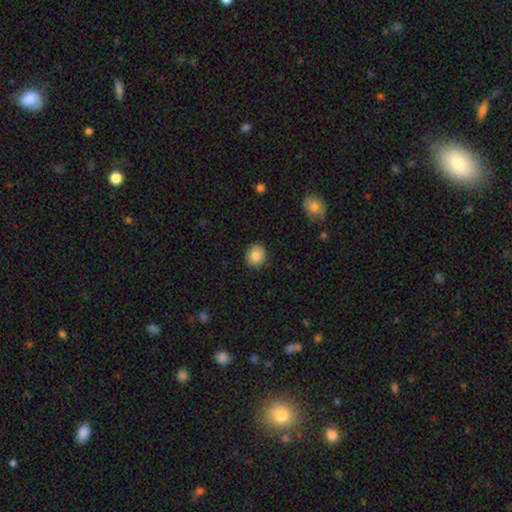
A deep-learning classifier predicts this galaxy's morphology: smooth 84%, star or artifact 9%, featured or disk 7%. Down the decision tree: how rounded — round (78%); merging — none (88%).